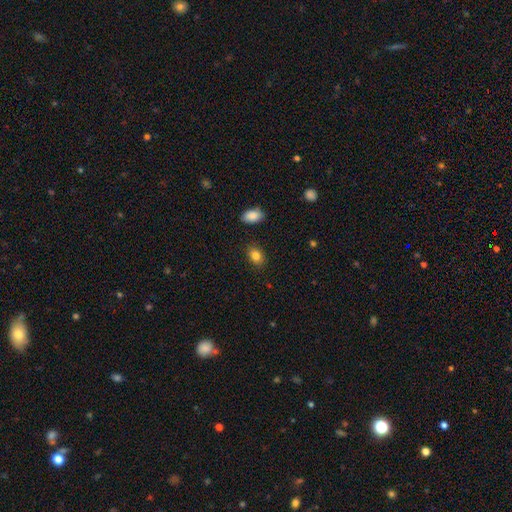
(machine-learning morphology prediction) smooth_or_featured: smooth (p=0.84) [alt: star or artifact p=0.09]
how_rounded: in between (p=0.76) [alt: round p=0.23]
merging: none (p=0.87) [alt: minor disturbance p=0.09]